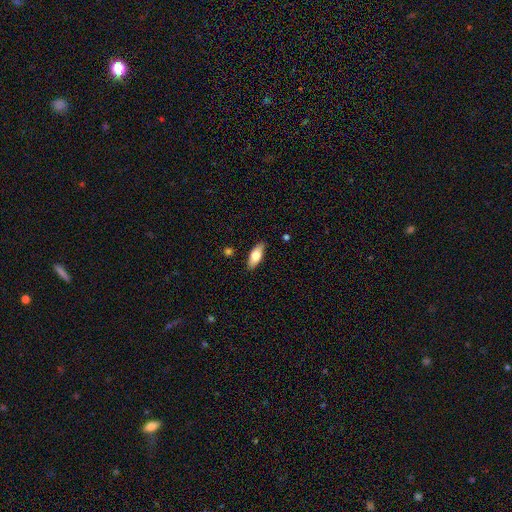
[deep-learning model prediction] This is likely a smooth galaxy (71%). How rounded: likely in between (78%). Merging: clearly none (88%).